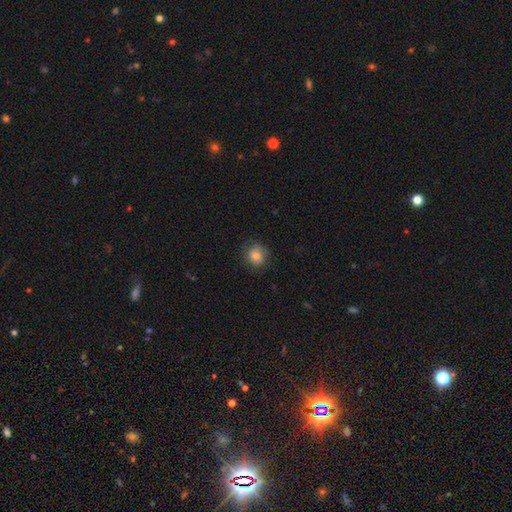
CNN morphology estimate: Smooth or featured? smooth (81%)
How rounded? round (74%)
Merging? none (76%)